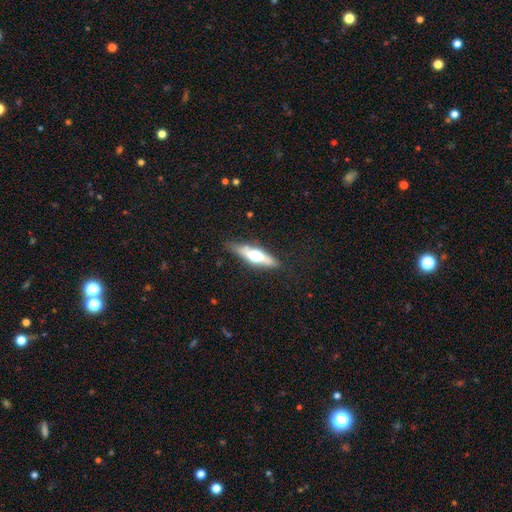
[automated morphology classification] A featured or disk galaxy (54%) viewed edge-on (88%).

Vote fractions:
- Smooth or featured? featured or disk: 54% / smooth: 40% / star or artifact: 6%
- Edge-on disk? yes: 88% / no: 12%
- Merging? none: 76% / minor disturbance: 17% / major disturbance: 4% / merger: 2%